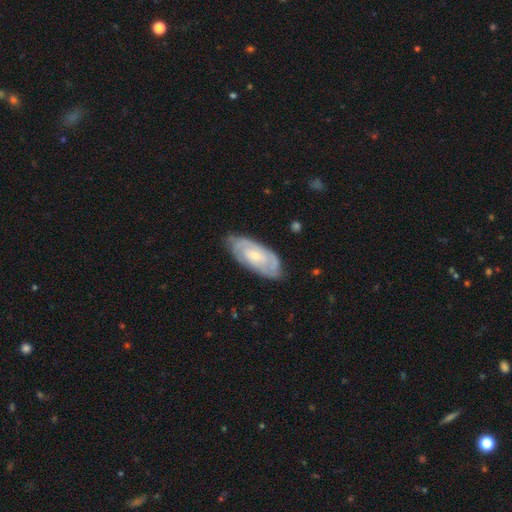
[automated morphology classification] The model was most divided on "spiral arm count": 2: 43%, can't tell: 35%, 3: 12%, 4: 4%, 1: 4%, more than 4: 3%. More confident: edge-on disk — no (92%); spiral arms — yes (91%); merging — none (78%); smooth or featured — featured or disk (72%); spiral winding — tight (65%); bar — no (65%); bulge size — small (61%).